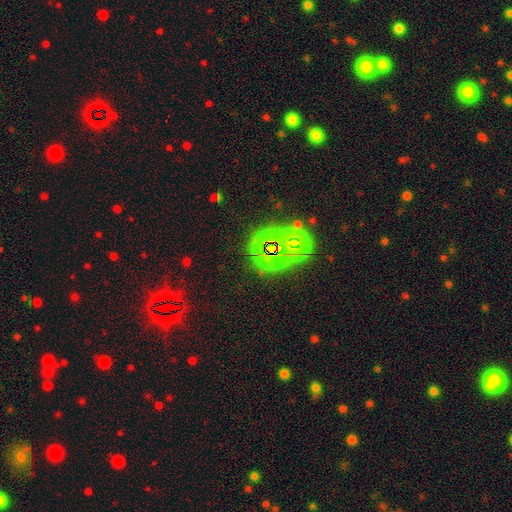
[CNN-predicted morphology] type=star or artifact (62%).